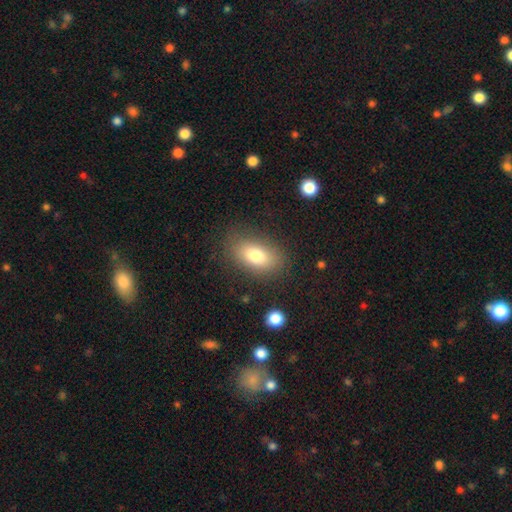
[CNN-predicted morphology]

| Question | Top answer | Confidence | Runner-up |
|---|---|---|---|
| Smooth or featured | smooth | 78% | featured or disk (13%) |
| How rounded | in between | 87% | round (10%) |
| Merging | none | 81% | minor disturbance (13%) |